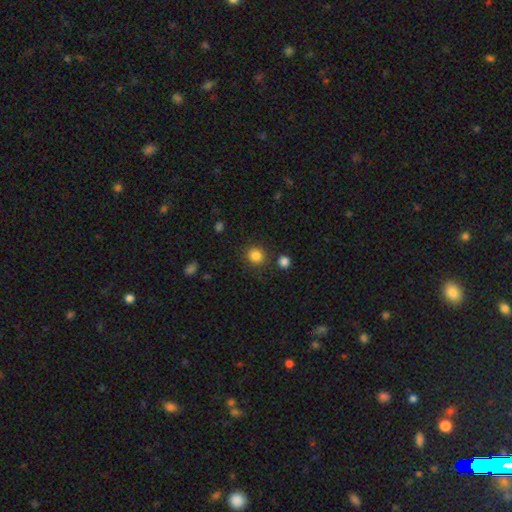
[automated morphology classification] This appears to be a smooth galaxy with no disk features (84%) that is round (88%). Merging: none (85%).